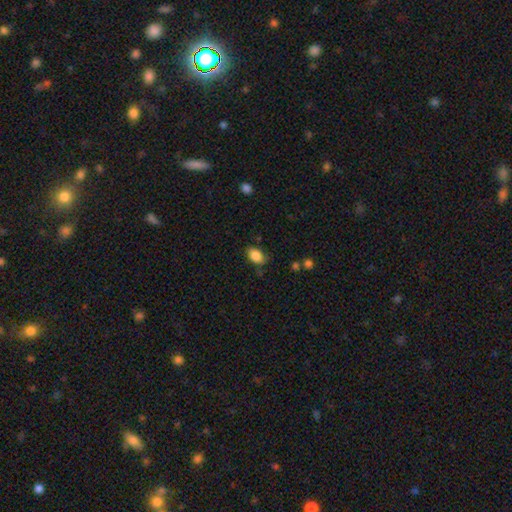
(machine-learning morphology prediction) Smooth or featured? smooth (87%)
How rounded? in between (85%)
Merging? none (77%)